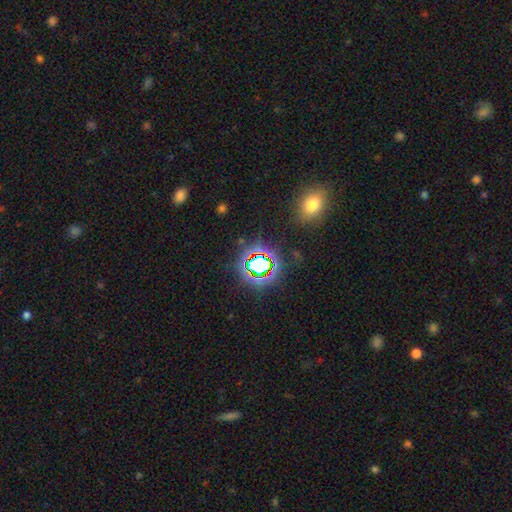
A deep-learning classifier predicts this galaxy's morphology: Smooth or featured? star or artifact (65%)